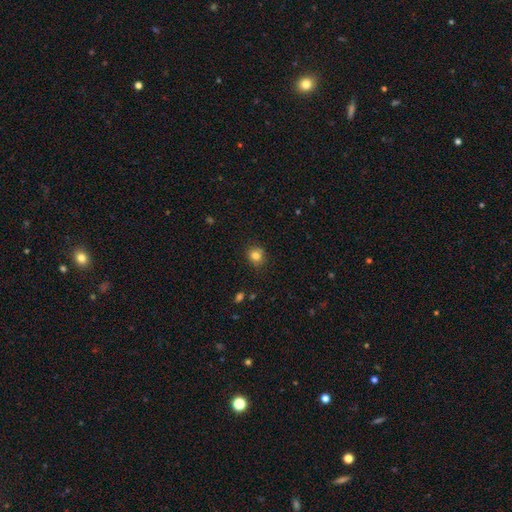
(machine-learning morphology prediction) Smooth or featured? smooth (81%)
How rounded? round (85%)
Merging? none (82%)